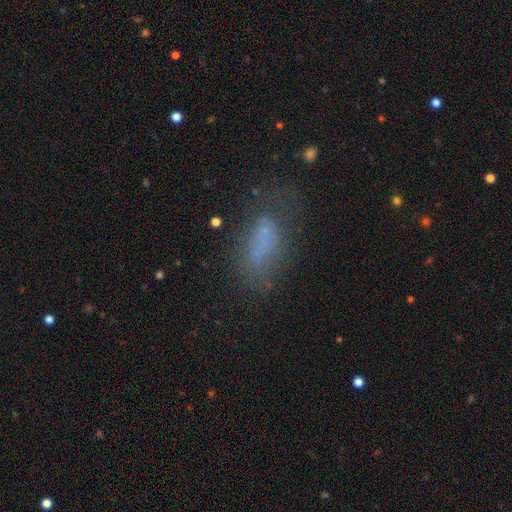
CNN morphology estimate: smooth_or_featured: smooth (p=0.55) [alt: featured or disk p=0.27]
how_rounded: in between (p=0.84) [alt: cigar-shaped p=0.10]
merging: none (p=0.40) [alt: major disturbance p=0.30]